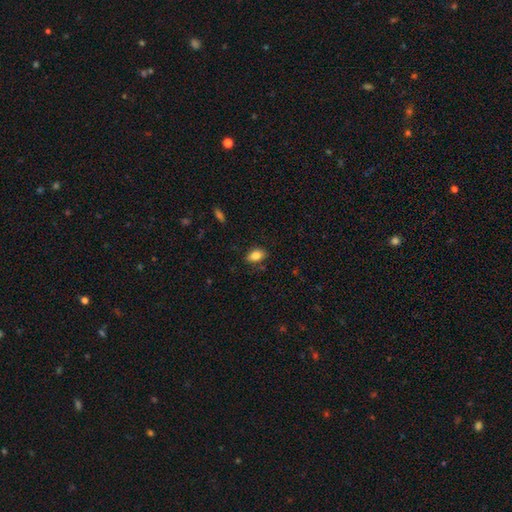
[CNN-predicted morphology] Smooth or featured? smooth (82%)
How rounded? in between (87%)
Merging? none (81%)